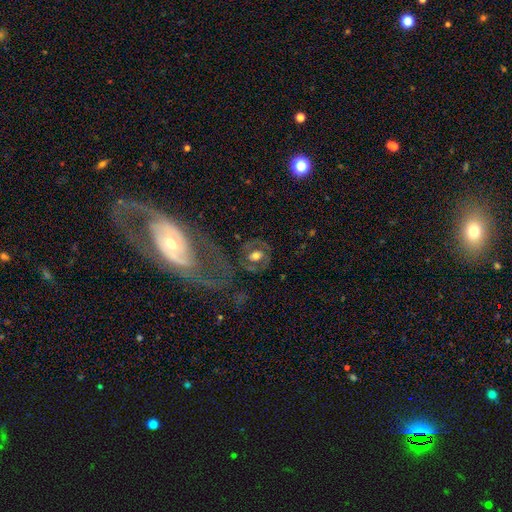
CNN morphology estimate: smooth-or-featured: featured or disk: 54% | smooth: 37% | star or artifact: 9%
  disk-edge-on: no: 94% | yes: 6%
    bar: no: 70% | weak: 20% | strong: 10%
    has-spiral-arms: no: 63% | yes: 37%
    bulge-size: moderate: 60% | large: 27% | small: 9% | dominant: 3% | none: 2%
  merging: none: 75% | minor disturbance: 13% | major disturbance: 8% | merger: 4%